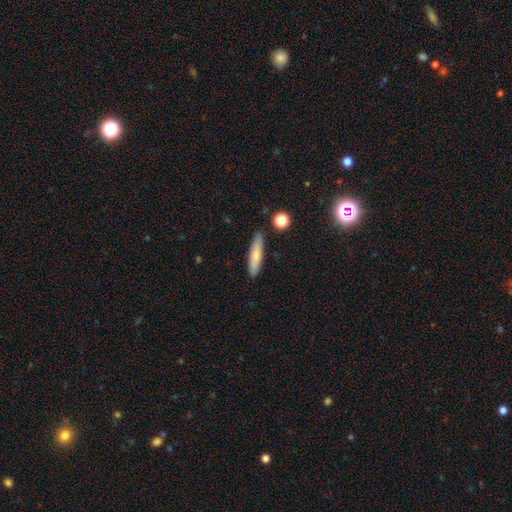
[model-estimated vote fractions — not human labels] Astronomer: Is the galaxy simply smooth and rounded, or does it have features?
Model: smooth — 74%.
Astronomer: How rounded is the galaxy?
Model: cigar-shaped — 81%.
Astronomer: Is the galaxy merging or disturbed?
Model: none — 86%.